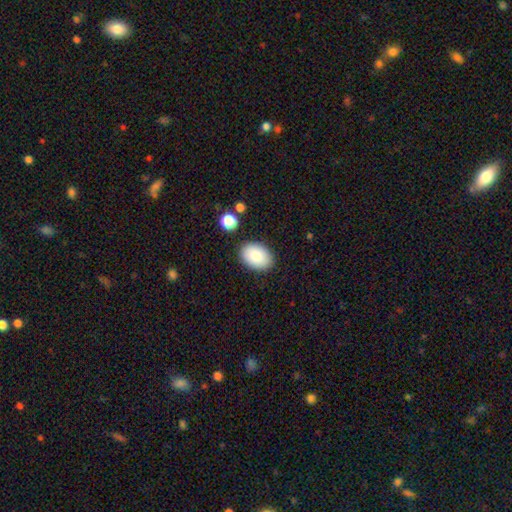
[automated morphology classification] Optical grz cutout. It shows a smooth galaxy with no disk features (87%) that is in between round and cigar-shaped (85%). Merging: none (86%).